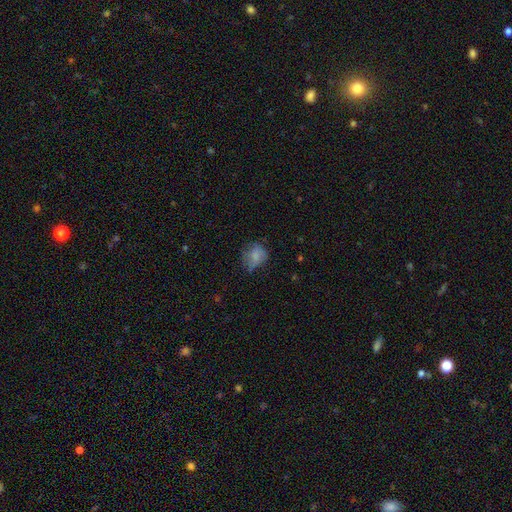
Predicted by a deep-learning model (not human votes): smooth_or_featured: smooth (p=0.74) [alt: featured or disk p=0.15]
how_rounded: round (p=0.59) [alt: in between p=0.40]
merging: none (p=0.51) [alt: minor disturbance p=0.31]